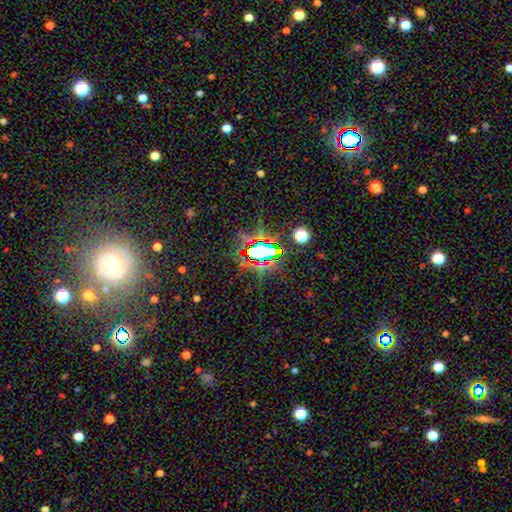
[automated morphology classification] Smooth or featured: star or artifact — 74% (smooth — 15%)